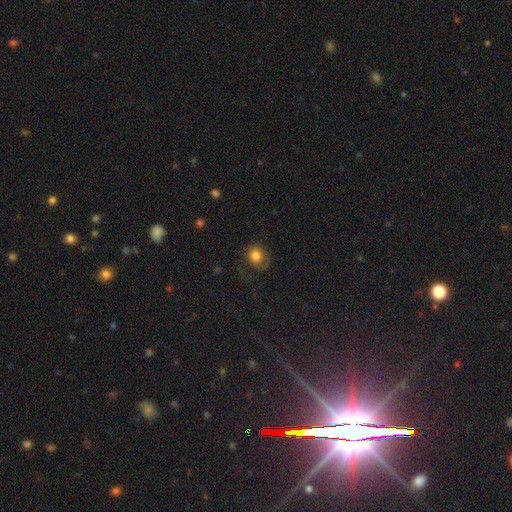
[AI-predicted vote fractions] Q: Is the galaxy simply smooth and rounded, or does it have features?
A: smooth — 78%.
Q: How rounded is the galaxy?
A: round — 66%.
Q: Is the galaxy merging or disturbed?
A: none — 61%.